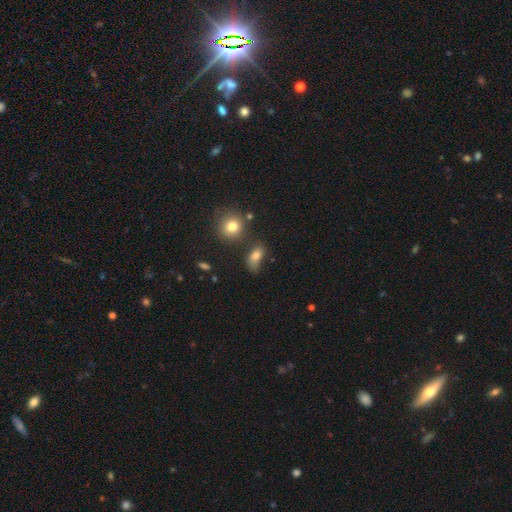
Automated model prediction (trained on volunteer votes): The model was most divided on "merging": none: 51%, minor disturbance: 26%, major disturbance: 12%, merger: 11%. More confident: how rounded — in between (80%); smooth or featured — smooth (78%).